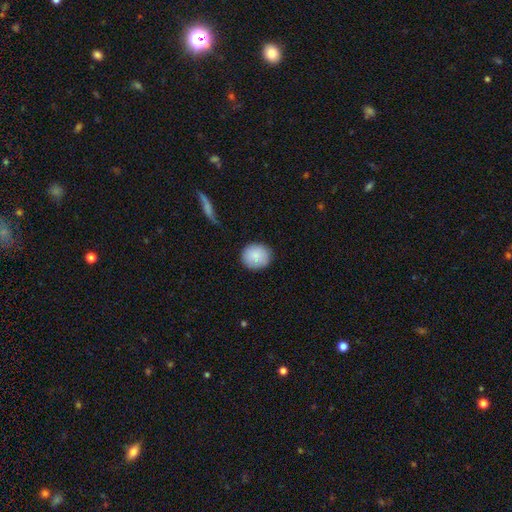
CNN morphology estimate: A smooth galaxy with no disk features (86%) that is round (82%).

Vote fractions:
- Smooth or featured? smooth: 86% / star or artifact: 7% / featured or disk: 7%
- How rounded? round: 82% / in between: 17% / cigar-shaped: 1%
- Merging? none: 86% / minor disturbance: 10% / major disturbance: 2% / merger: 1%